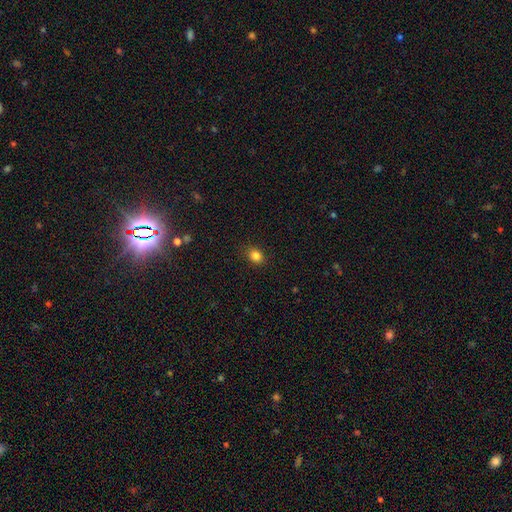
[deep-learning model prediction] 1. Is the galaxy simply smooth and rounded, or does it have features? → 84% smooth, 11% star or artifact, 5% featured or disk.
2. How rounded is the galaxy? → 52% round, 47% in between, 1% cigar-shaped.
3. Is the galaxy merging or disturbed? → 87% none, 9% minor disturbance, 2% major disturbance, 1% merger.